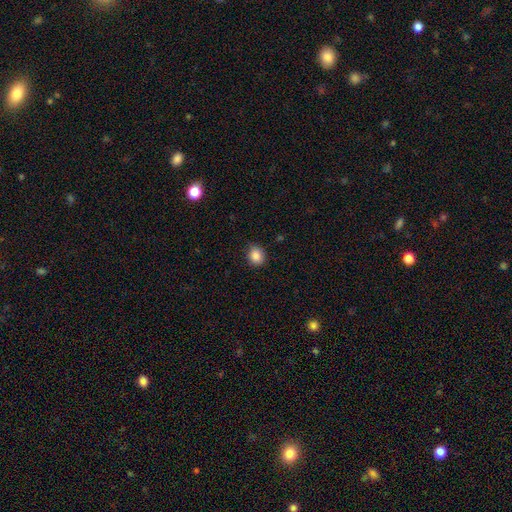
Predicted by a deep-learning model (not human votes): smooth_or_featured: smooth (p=0.86) [alt: star or artifact p=0.10]
how_rounded: round (p=0.72) [alt: in between p=0.27]
merging: none (p=0.82) [alt: minor disturbance p=0.14]